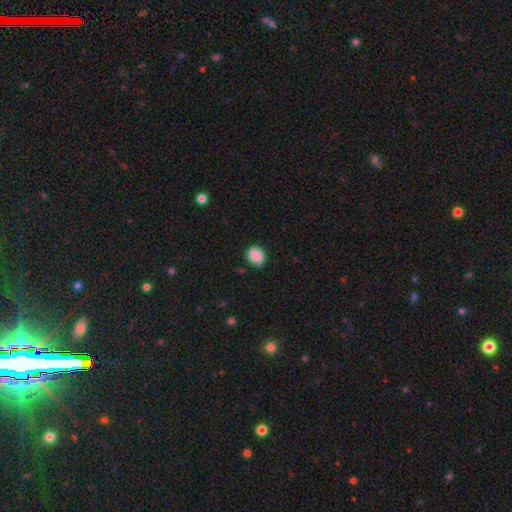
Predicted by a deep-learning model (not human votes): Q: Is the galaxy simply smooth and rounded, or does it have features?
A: smooth — 85%.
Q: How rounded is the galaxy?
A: in between — 56%.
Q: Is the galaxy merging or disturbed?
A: none — 83%.